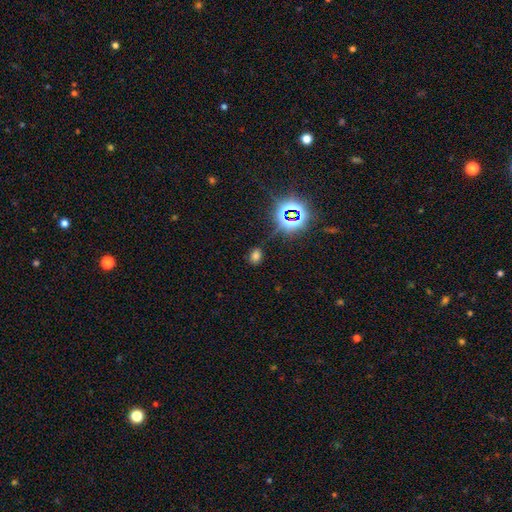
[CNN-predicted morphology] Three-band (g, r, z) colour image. It shows a smooth galaxy with no disk features (60%) that is in between round and cigar-shaped (62%). Merging: none (78%).